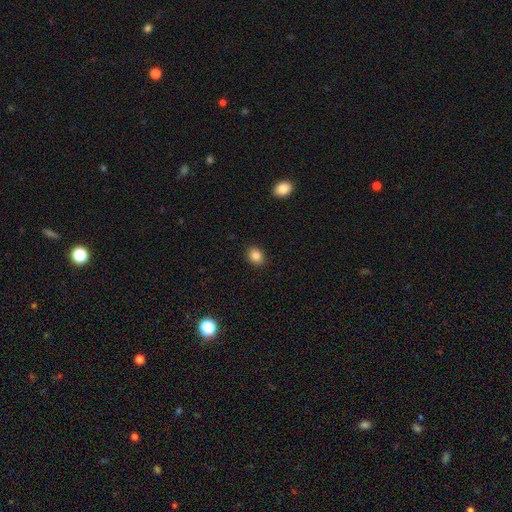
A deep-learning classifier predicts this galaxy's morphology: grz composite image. It shows a smooth galaxy with no disk features (84%) that is in between round and cigar-shaped (53%). Merging: none (89%).